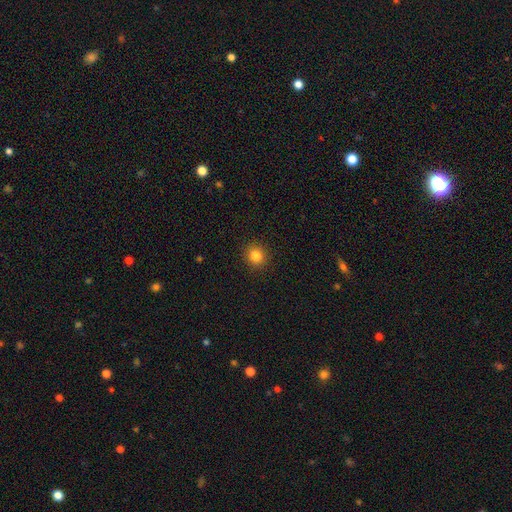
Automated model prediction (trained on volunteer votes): A smooth galaxy with no disk features (83%) that is round (88%). Merging: none (92%).